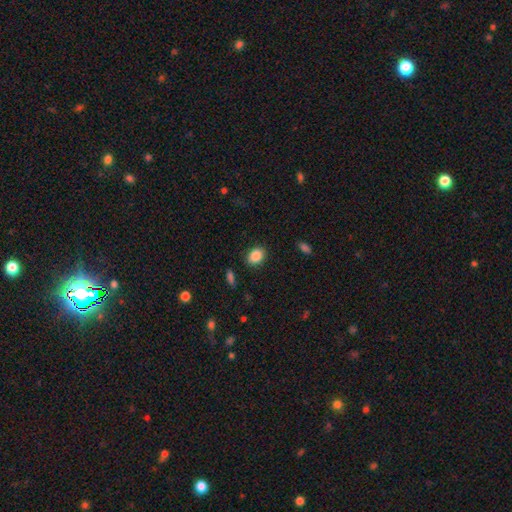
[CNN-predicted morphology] Smooth or featured? Predicted: smooth (p=0.87). How rounded? Predicted: in between (p=0.65). Merging? Predicted: none (p=0.88).